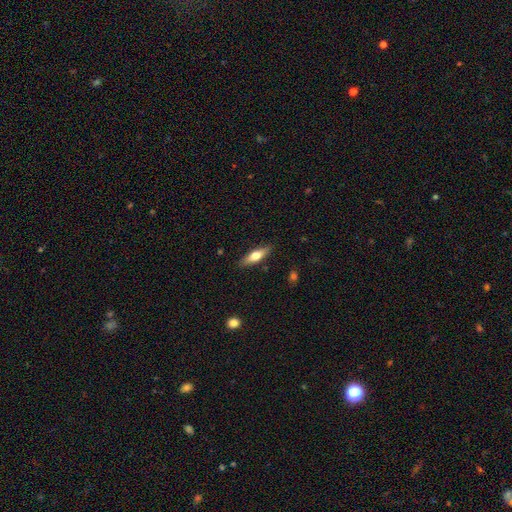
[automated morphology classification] Smooth or featured: smooth — 59% (featured or disk — 35%)
How rounded: cigar-shaped — 55% (in between — 42%)
Merging: none — 87% (minor disturbance — 9%)